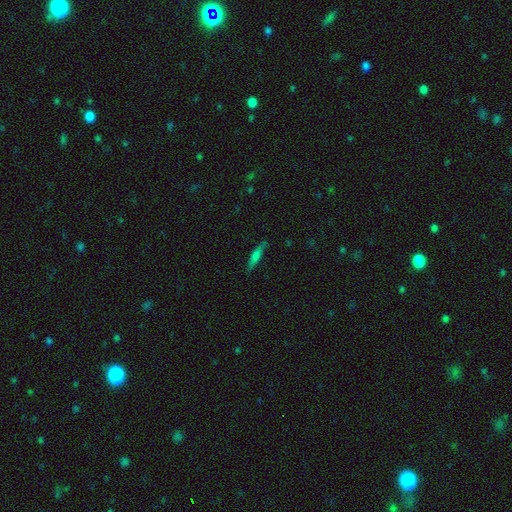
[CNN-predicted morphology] A smooth galaxy with no disk features (51%) that is cigar-shaped (88%).

Vote fractions:
- Smooth or featured? smooth: 51% / featured or disk: 40% / star or artifact: 9%
- How rounded? cigar-shaped: 88% / in between: 10% / round: 2%
- Merging? none: 82% / minor disturbance: 13% / major disturbance: 3% / merger: 2%